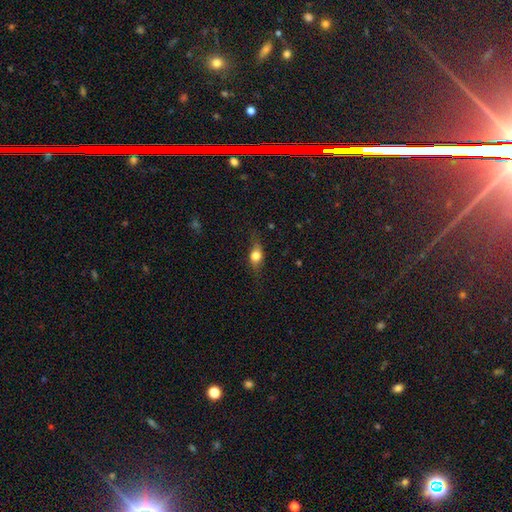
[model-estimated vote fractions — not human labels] Smooth or featured?
  - smooth: 64% *
  - featured or disk: 27%
  - star or artifact: 10%
How rounded?
  - in between: 64% *
  - round: 22%
  - cigar-shaped: 15%
Merging?
  - none: 71% *
  - minor disturbance: 21%
  - major disturbance: 7%
  - merger: 1%